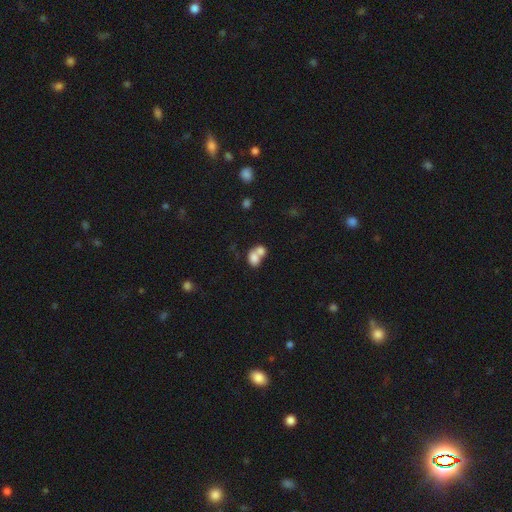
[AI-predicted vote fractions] smooth 75%, featured or disk 15%, star or artifact 9%. Down the decision tree: how rounded — in between (61%); merging — merger (70%).